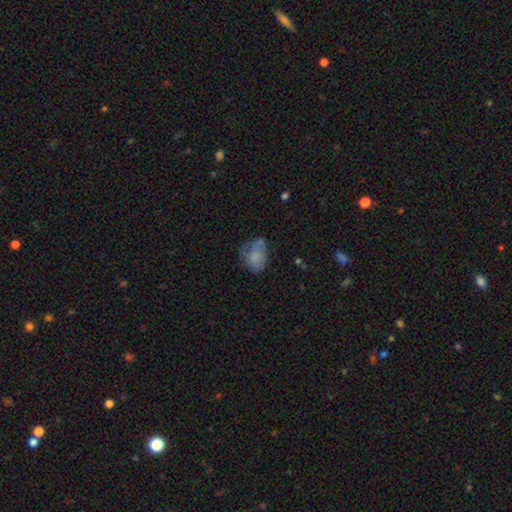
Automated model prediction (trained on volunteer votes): This appears to be a smooth galaxy with no disk features (70%) that is in between round and cigar-shaped (72%). Merging: none (40%).